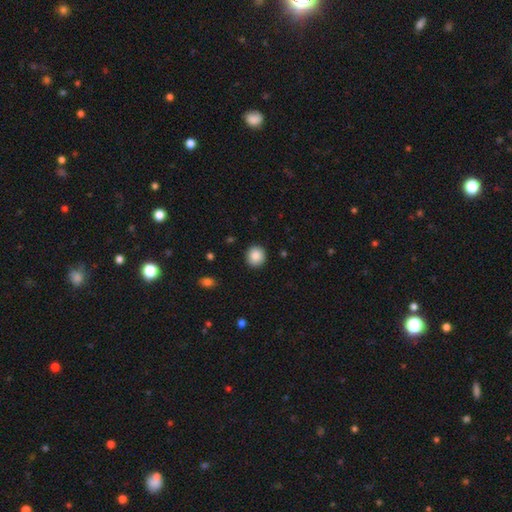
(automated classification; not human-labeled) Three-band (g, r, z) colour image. It shows a smooth galaxy with no disk features (88%) that is round (91%). Merging: none (92%).